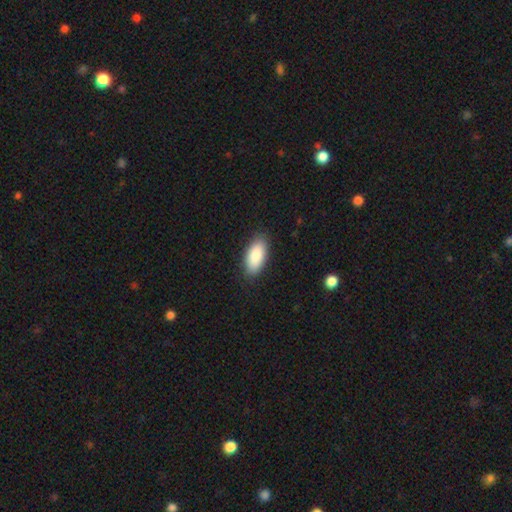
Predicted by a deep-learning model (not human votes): smooth_or_featured: smooth (p=0.88) [alt: star or artifact p=0.06]
how_rounded: in between (p=0.92) [alt: cigar-shaped p=0.06]
merging: none (p=0.87) [alt: minor disturbance p=0.10]